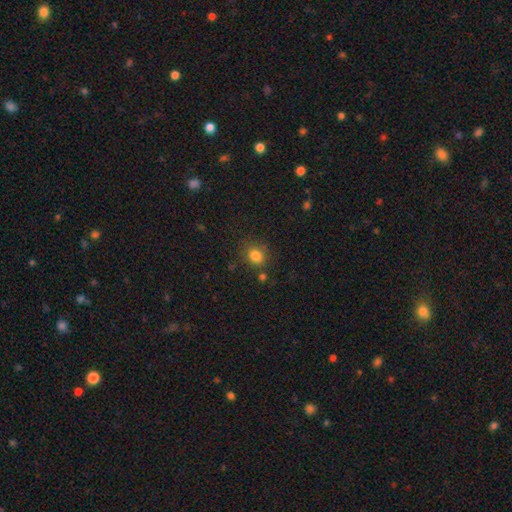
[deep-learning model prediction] smooth_or_featured: smooth (p=0.82) [alt: star or artifact p=0.12]
how_rounded: round (p=0.64) [alt: in between p=0.35]
merging: none (p=0.75) [alt: minor disturbance p=0.14]